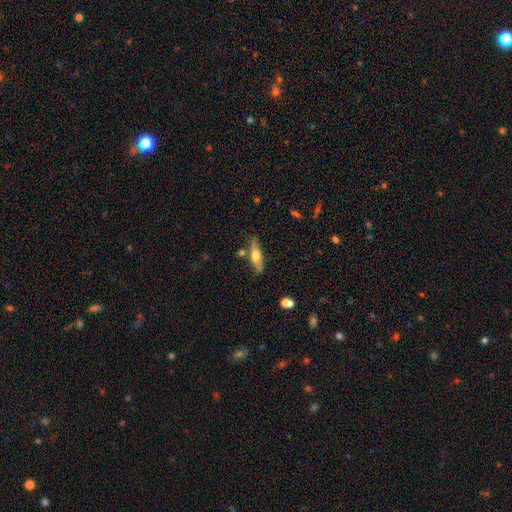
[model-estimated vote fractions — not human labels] smooth 50%, featured or disk 44%, star or artifact 6%. Down the decision tree: merging — none (75%).